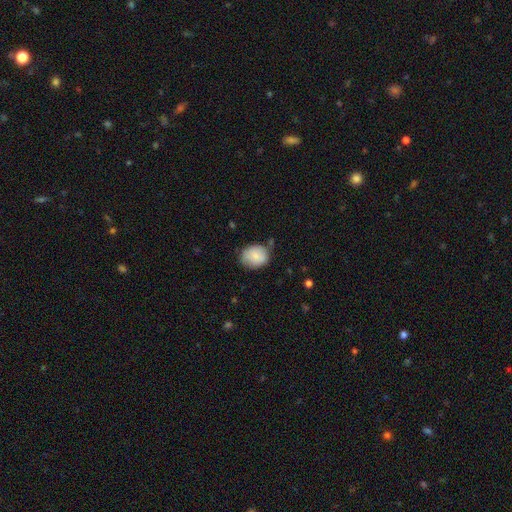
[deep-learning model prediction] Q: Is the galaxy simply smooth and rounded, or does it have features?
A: smooth — 83%.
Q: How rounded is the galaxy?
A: round — 54%.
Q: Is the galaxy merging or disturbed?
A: none — 68%.